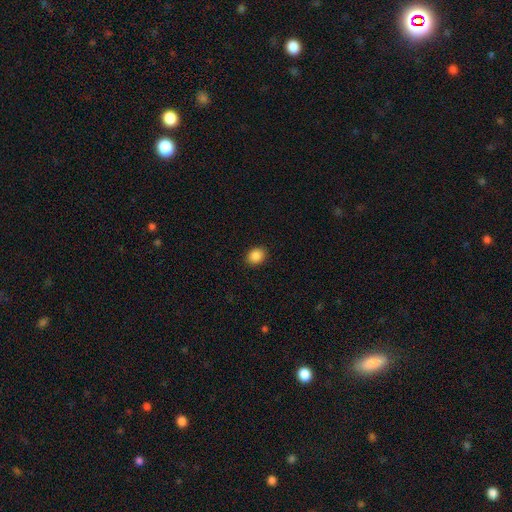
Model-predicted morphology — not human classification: smooth_or_featured: smooth (p=0.88) [alt: star or artifact p=0.09]
how_rounded: round (p=0.51) [alt: in between p=0.48]
merging: none (p=0.90) [alt: minor disturbance p=0.07]